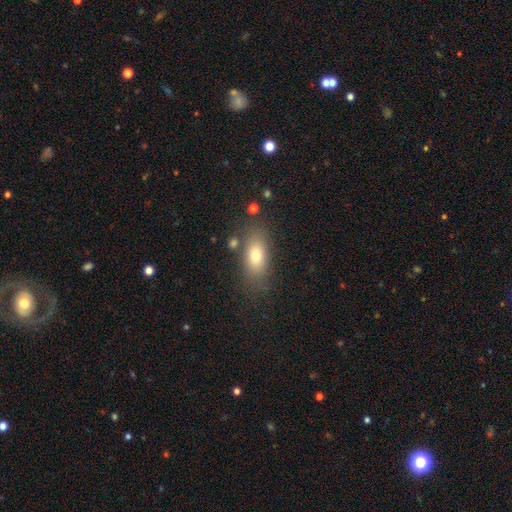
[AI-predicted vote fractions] A smooth galaxy with no disk features (74%) that is in between round and cigar-shaped (82%). Merging: none (76%).